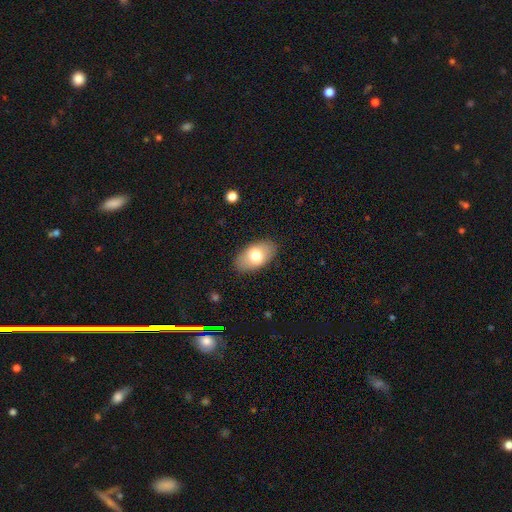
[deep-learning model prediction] smooth_or_featured: smooth (p=0.72) [alt: featured or disk p=0.21]
how_rounded: in between (p=0.93) [alt: round p=0.05]
merging: none (p=0.87) [alt: minor disturbance p=0.10]